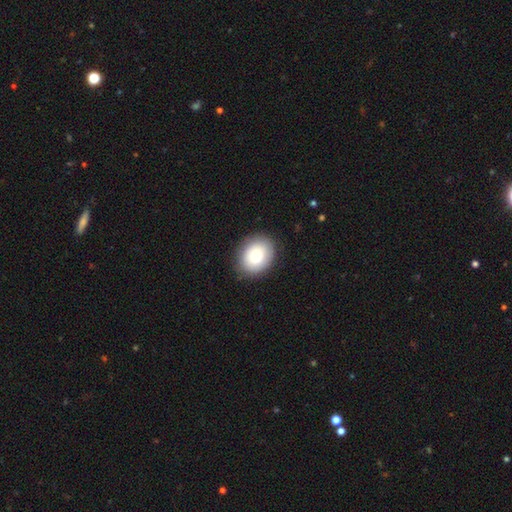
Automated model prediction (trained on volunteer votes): The model was most divided on "how rounded" (2-way tie): in between: 50%, round: 50%, cigar-shaped: 1%. More confident: merging — none (88%); smooth or featured — smooth (81%).